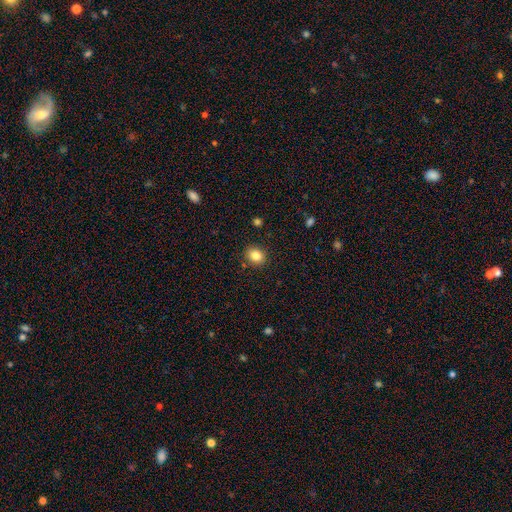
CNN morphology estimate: smooth 84%, star or artifact 10%, featured or disk 6%. Down the decision tree: how rounded — round (58%); merging — none (88%).